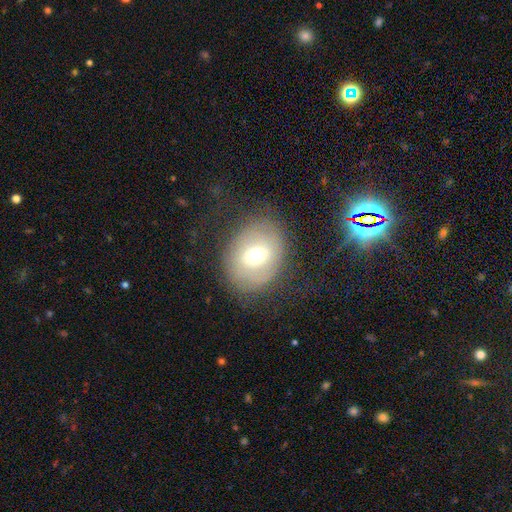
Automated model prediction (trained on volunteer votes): This is possibly a smooth galaxy (56%). How rounded: possibly in between (51%). Merging: likely none (70%).